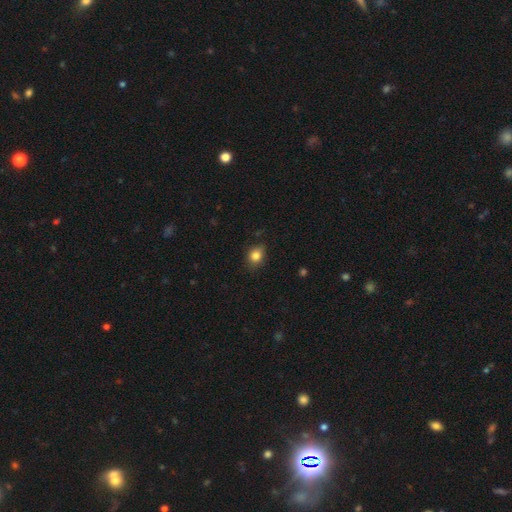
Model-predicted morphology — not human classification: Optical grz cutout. It shows a smooth galaxy with no disk features (84%) that is round (61%). Merging: none (79%).